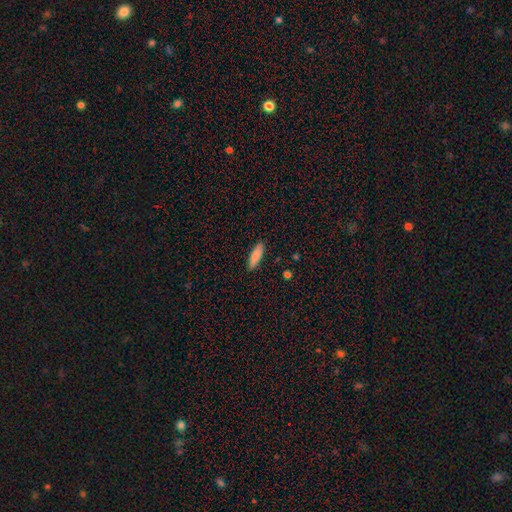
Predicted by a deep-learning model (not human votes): Smooth or featured?
  - smooth: 86% *
  - featured or disk: 8%
  - star or artifact: 6%
How rounded?
  - cigar-shaped: 61% *
  - in between: 37%
  - round: 2%
Merging?
  - none: 88% *
  - minor disturbance: 9%
  - major disturbance: 2%
  - merger: 1%